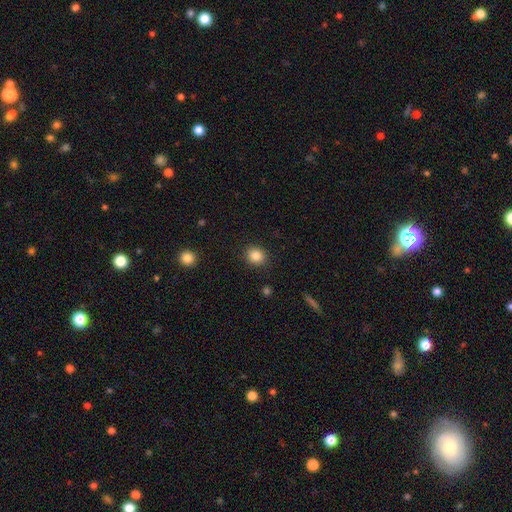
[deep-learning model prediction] Morphology: type=smooth (85%); roundness=round (76%); merging=none (89%).